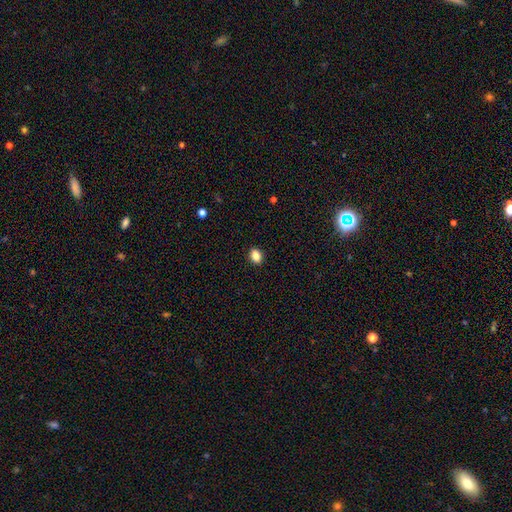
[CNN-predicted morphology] A smooth galaxy with no disk features (87%) that is in between round and cigar-shaped (71%).

Vote fractions:
- Smooth or featured? smooth: 87% / star or artifact: 9% / featured or disk: 4%
- How rounded? in between: 71% / round: 28% / cigar-shaped: 1%
- Merging? none: 90% / minor disturbance: 7% / major disturbance: 2% / merger: 1%